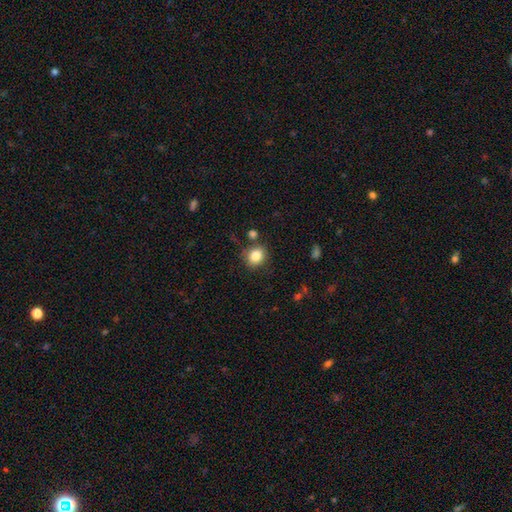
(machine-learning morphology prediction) A smooth galaxy with no disk features (84%) that is round (73%).

Vote fractions:
- Smooth or featured? smooth: 84% / star or artifact: 10% / featured or disk: 6%
- How rounded? round: 73% / in between: 26% / cigar-shaped: 1%
- Merging? none: 79% / minor disturbance: 12% / merger: 6% / major disturbance: 4%